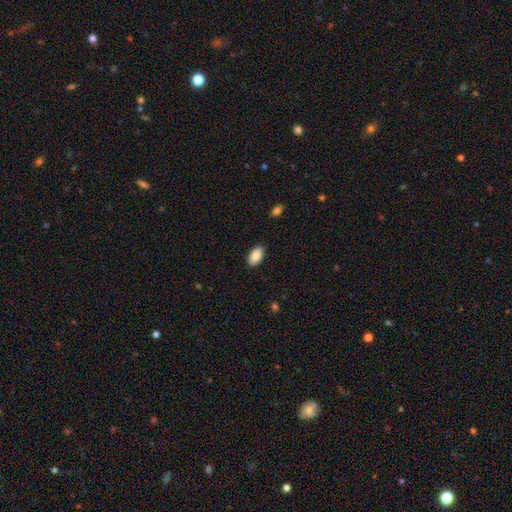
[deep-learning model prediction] smooth_or_featured: smooth (p=0.89) [alt: star or artifact p=0.07]
how_rounded: in between (p=0.95) [alt: round p=0.03]
merging: none (p=0.88) [alt: minor disturbance p=0.09]